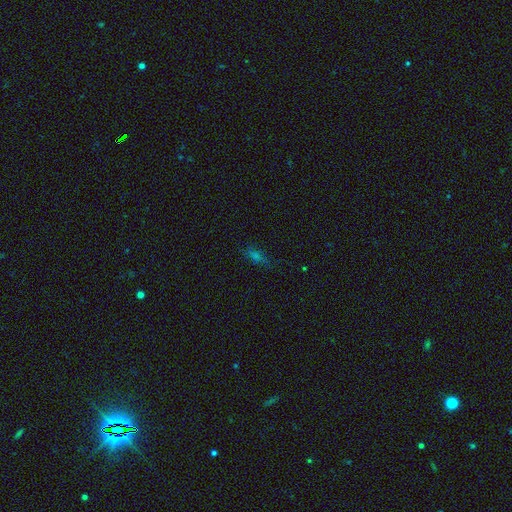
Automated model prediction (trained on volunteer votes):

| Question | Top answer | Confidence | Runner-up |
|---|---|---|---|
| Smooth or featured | smooth | 45% | star or artifact (36%) |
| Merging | none | 76% | minor disturbance (16%) |